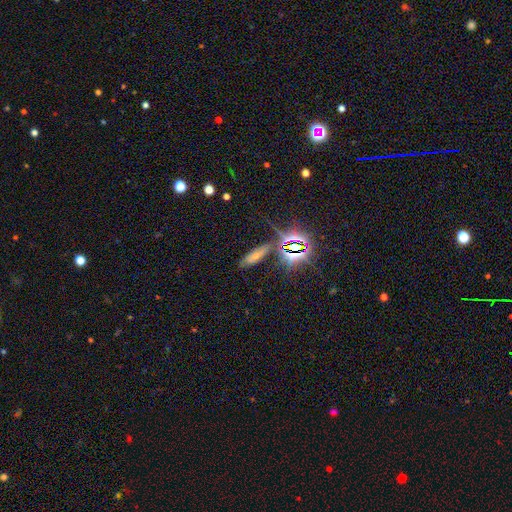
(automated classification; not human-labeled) smooth-or-featured: smooth: 51% | star or artifact: 33% | featured or disk: 16%
  how-rounded: cigar-shaped: 48% | in between: 47% | round: 4%
  merging: none: 73% | minor disturbance: 16% | major disturbance: 7% | merger: 5%